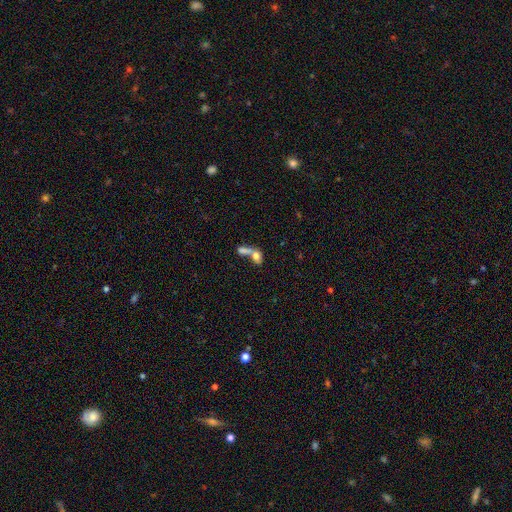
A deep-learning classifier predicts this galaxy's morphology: smooth 71%, featured or disk 19%, star or artifact 10%. Down the decision tree: how rounded — in between (68%); merging — merger (68%).